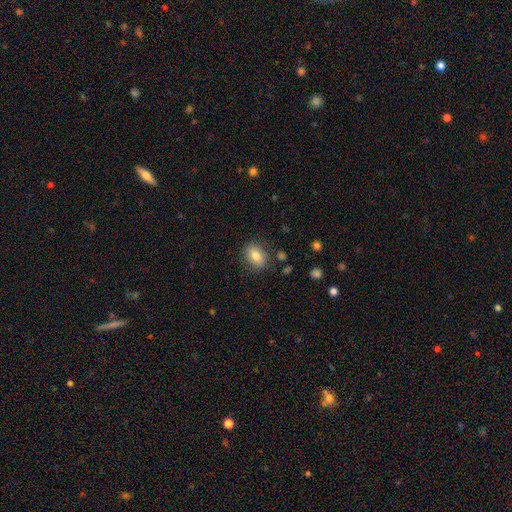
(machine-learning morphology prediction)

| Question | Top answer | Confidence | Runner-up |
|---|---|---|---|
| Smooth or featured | smooth | 77% | featured or disk (14%) |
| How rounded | in between | 67% | round (31%) |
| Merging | none | 82% | minor disturbance (13%) |